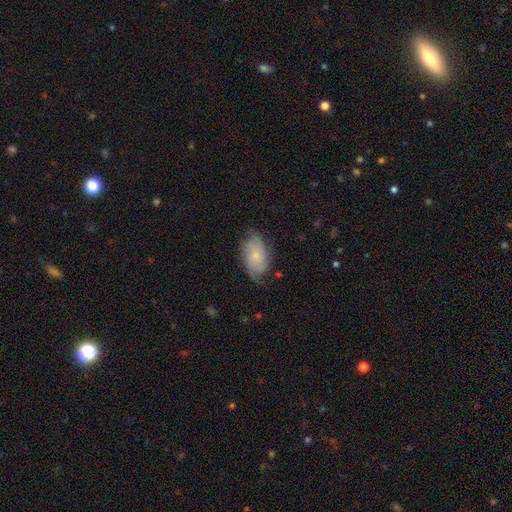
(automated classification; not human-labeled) Morphology: type=smooth (62%); roundness=in between (93%); merging=none (64%).